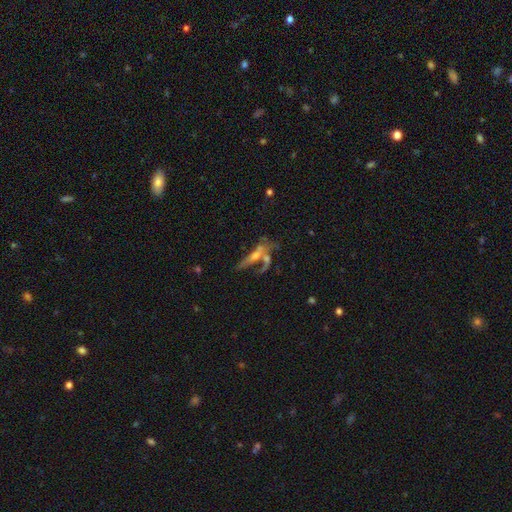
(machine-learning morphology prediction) This is possibly a featured or disk galaxy (57%). It is possibly viewed edge-on (59%). Merging: marginally merger (38%).